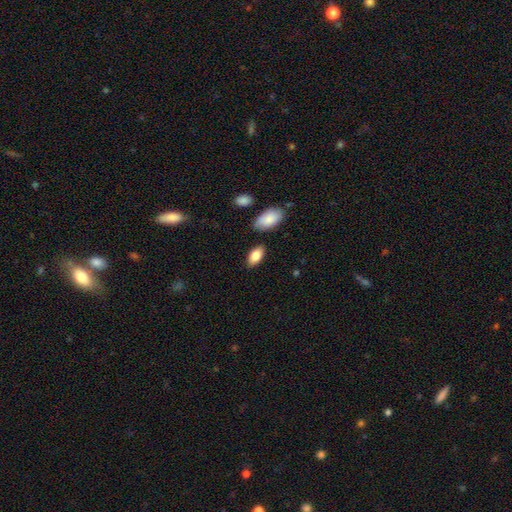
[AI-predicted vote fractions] The model was most divided on "smooth or featured": smooth: 84%, featured or disk: 10%, star or artifact: 7%. More confident: how rounded — in between (92%); merging — none (85%).